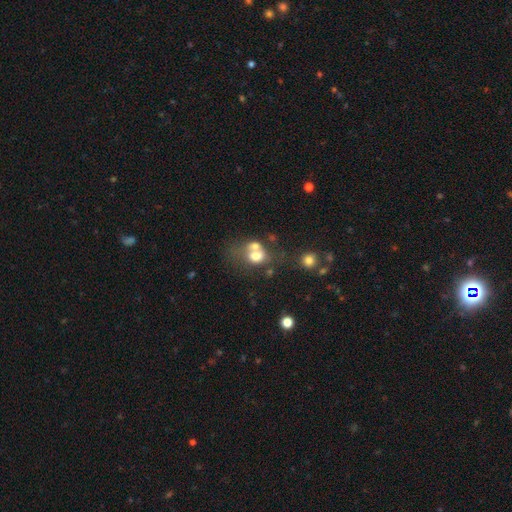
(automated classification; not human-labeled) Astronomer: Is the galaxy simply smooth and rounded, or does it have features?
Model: smooth — 65%.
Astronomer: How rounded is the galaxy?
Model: in between — 53% (runner-up: round, 45%).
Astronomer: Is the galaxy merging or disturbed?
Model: merger — 54%.